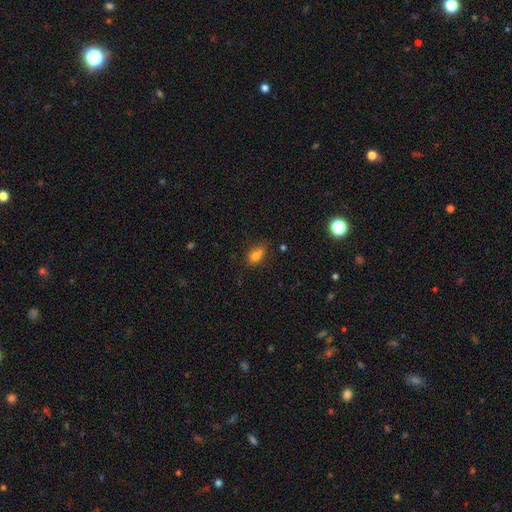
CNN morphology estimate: This appears to be a smooth galaxy with no disk features (72%) that is in between round and cigar-shaped (68%). Merging: none (56%).